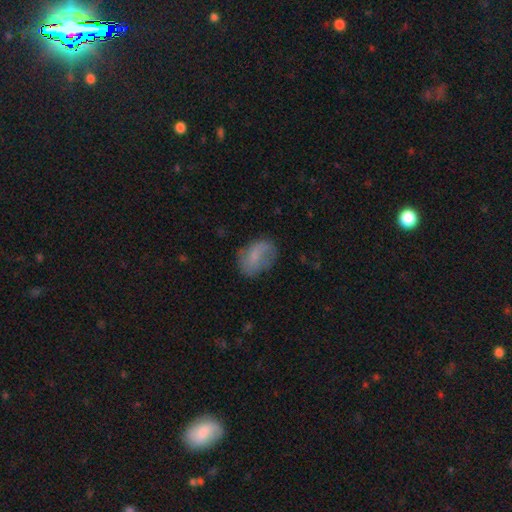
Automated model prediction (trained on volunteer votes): Smooth or featured: smooth — 64% (featured or disk — 28%)
How rounded: in between — 77% (round — 21%)
Merging: none — 58% (minor disturbance — 28%)